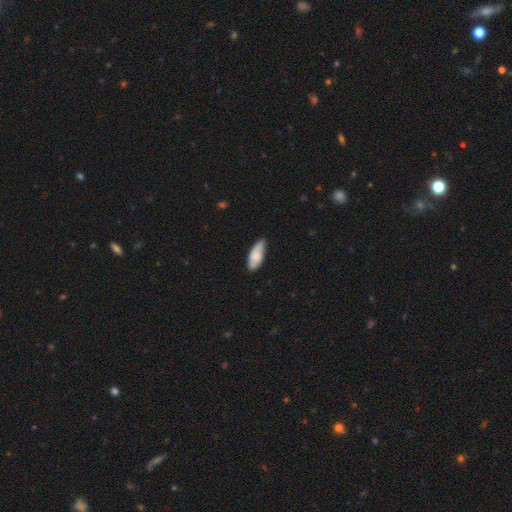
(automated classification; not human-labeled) smooth_or_featured: smooth (p=0.69) [alt: featured or disk p=0.24]
how_rounded: in between (p=0.74) [alt: cigar-shaped p=0.24]
merging: none (p=0.60) [alt: minor disturbance p=0.31]